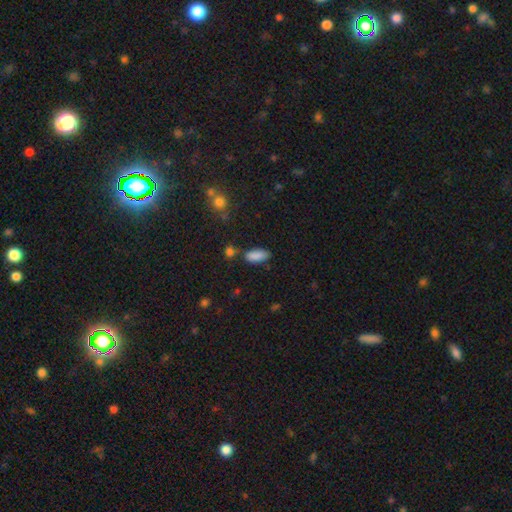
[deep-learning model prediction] The model was most divided on "merging": none: 71%, minor disturbance: 16%, merger: 8%, major disturbance: 4%. More confident: smooth or featured — smooth (87%); how rounded — in between (85%).